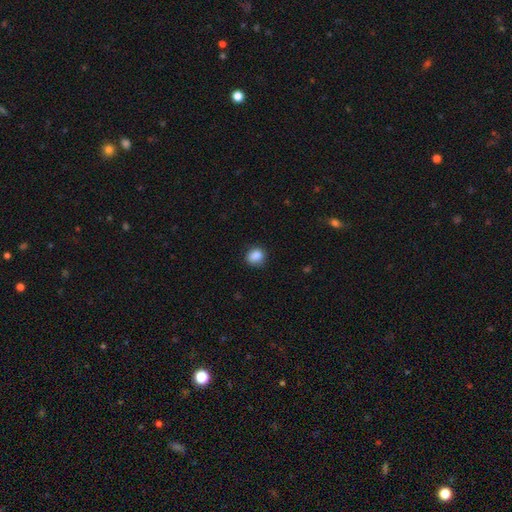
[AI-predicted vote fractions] Morphology: type=smooth (87%); roundness=round (58%); merging=none (79%).